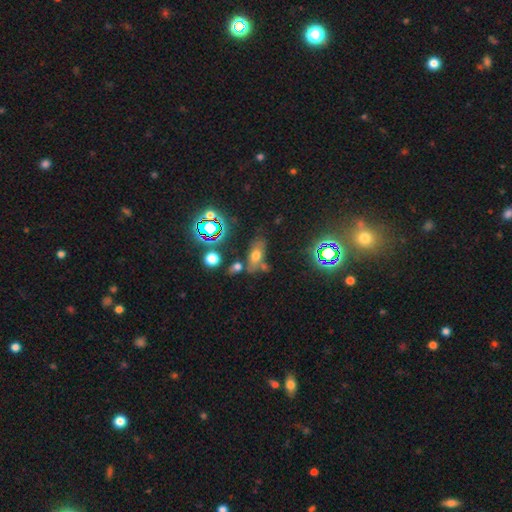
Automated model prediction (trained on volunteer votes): smooth-or-featured: smooth: 57% | star or artifact: 25% | featured or disk: 18%
  how-rounded: in between: 76% | round: 12% | cigar-shaped: 12%
  merging: none: 59% | merger: 18% | minor disturbance: 16% | major disturbance: 7%